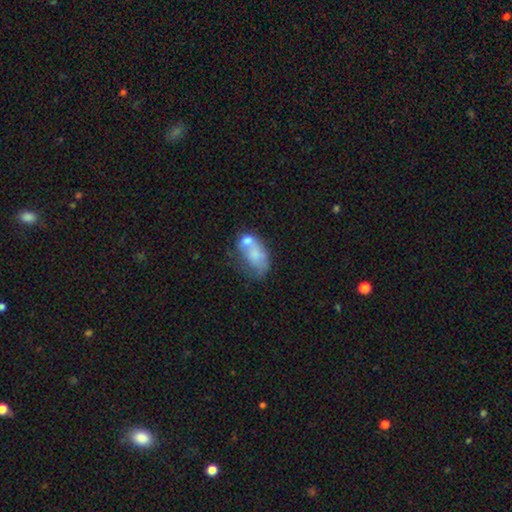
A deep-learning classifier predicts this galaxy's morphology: This is possibly a smooth galaxy (58%). How rounded: clearly in between (88%). Merging: possibly merger (46%).